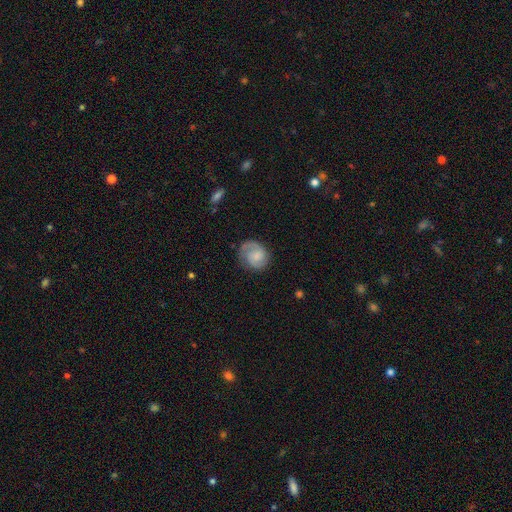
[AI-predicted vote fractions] Smooth or featured? featured or disk (59%)
Edge-on disk? no (98%)
Bar? no (59%)
Spiral arms? yes (92%)
Spiral winding? tight (43%)
Spiral arm count? 2 (62%)
Bulge size? small (40%)
Merging? none (69%)